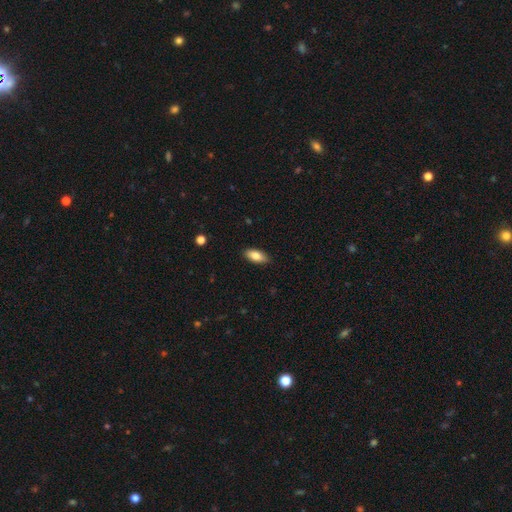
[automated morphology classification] The model was most divided on "smooth or featured": smooth: 81%, featured or disk: 12%, star or artifact: 7%. More confident: how rounded — in between (88%); merging — none (88%).